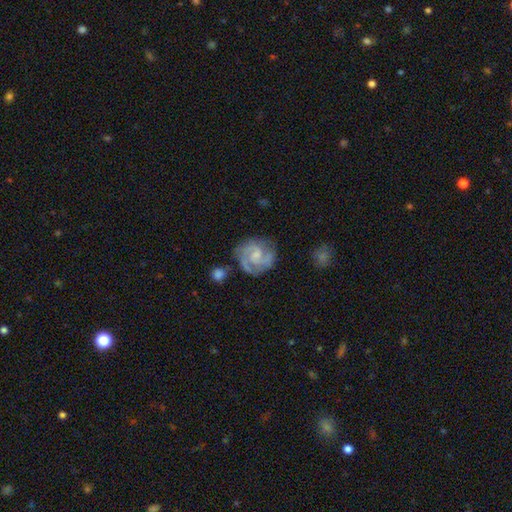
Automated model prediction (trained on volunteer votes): Smooth or featured: featured or disk — 80% (smooth — 15%)
Edge-on disk: no — 98% (yes — 2%)
Bar: no — 48% (weak — 46%)
Spiral arms: yes — 95% (no — 5%)
Spiral winding: medium — 45% (tight — 44%)
Spiral arm count: 2 — 59% (3 — 20%)
Bulge size: small — 44% (moderate — 34%)
Merging: none — 69% (minor disturbance — 19%)